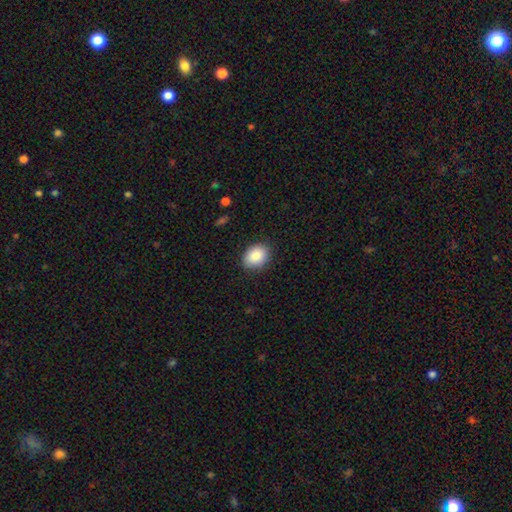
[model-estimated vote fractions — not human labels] Q: Smooth or featured?
A: smooth (86%); runner-up: star or artifact (7%)
Q: How rounded?
A: in between (61%); runner-up: round (38%)
Q: Merging?
A: none (86%); runner-up: minor disturbance (11%)